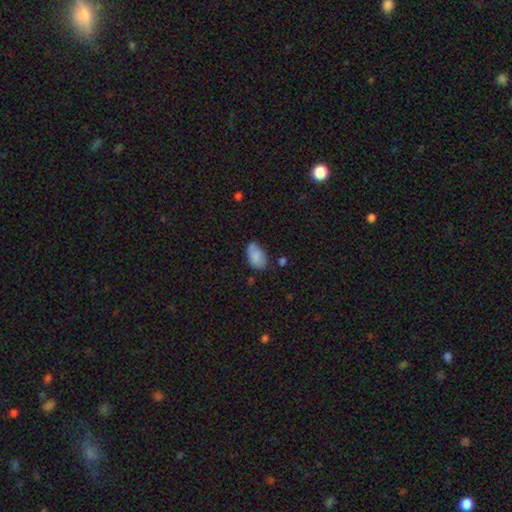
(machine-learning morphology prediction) A smooth galaxy with no disk features (84%) that is in between round and cigar-shaped (93%).

Vote fractions:
- Smooth or featured? smooth: 84% / featured or disk: 8% / star or artifact: 8%
- How rounded? in between: 93% / round: 6% / cigar-shaped: 2%
- Merging? none: 63% / minor disturbance: 25% / merger: 6% / major disturbance: 6%